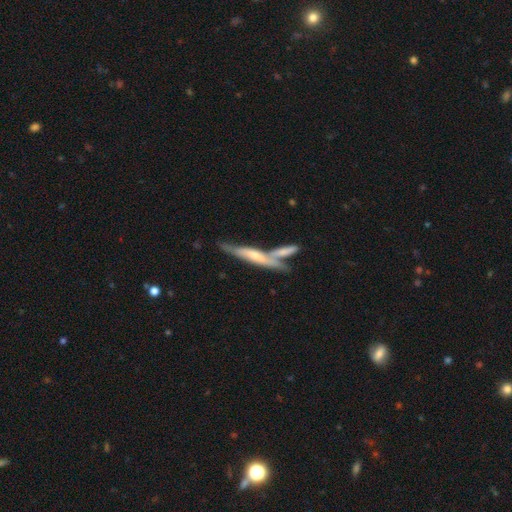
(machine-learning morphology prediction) Overall: featured or disk (64%; smooth 29%). Edge-on disk: yes (87%). Edge-on bulge: rounded (55%; none 30%). Merging: none (47%; merger 34%).